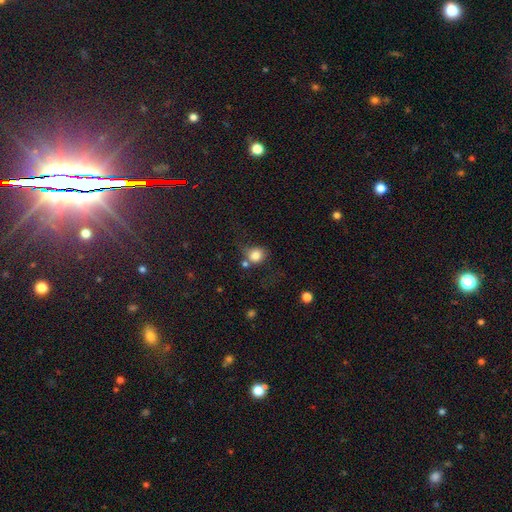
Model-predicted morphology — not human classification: The model was most divided on "merging": none: 52%, minor disturbance: 21%, merger: 15%, major disturbance: 12%. More confident: smooth or featured — smooth (80%); how rounded — round (77%).